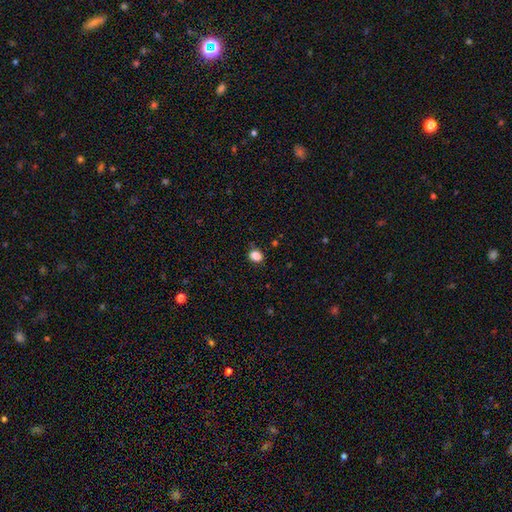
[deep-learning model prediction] A smooth galaxy with no disk features (86%) that is in between round and cigar-shaped (51%). Merging: none (84%).